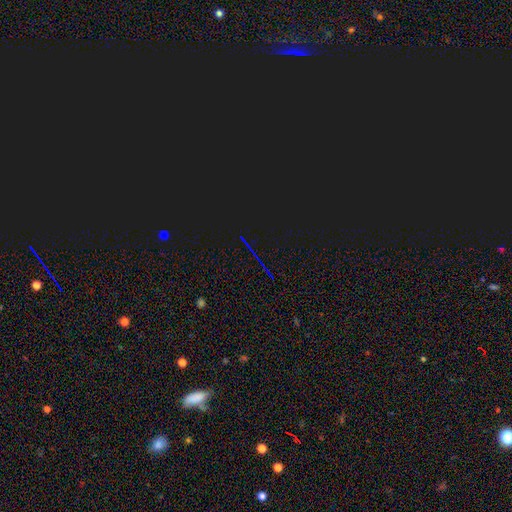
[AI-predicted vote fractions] smooth_or_featured: star or artifact (p=0.82) [alt: featured or disk p=0.09]